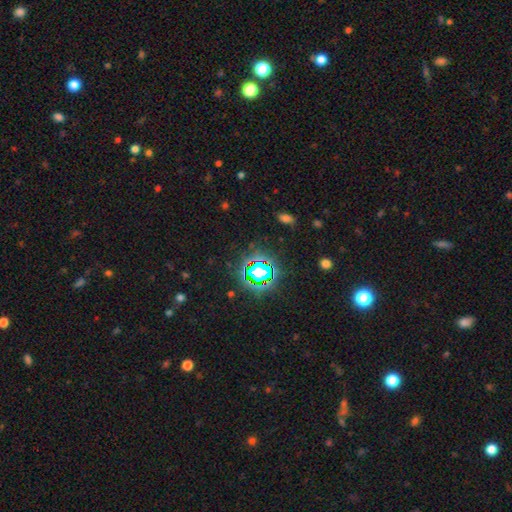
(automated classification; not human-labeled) star or artifact 80%, smooth 13%, featured or disk 7%.